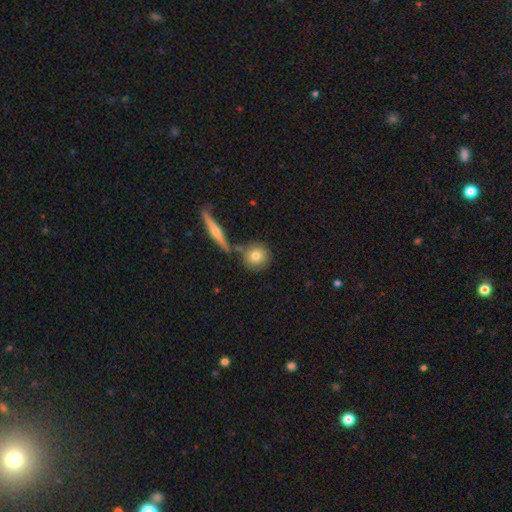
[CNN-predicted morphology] A smooth galaxy with no disk features (76%) that is round (89%).

Vote fractions:
- Smooth or featured? smooth: 76% / featured or disk: 15% / star or artifact: 8%
- How rounded? round: 89% / in between: 9% / cigar-shaped: 3%
- Merging? none: 74% / merger: 13% / minor disturbance: 10% / major disturbance: 3%